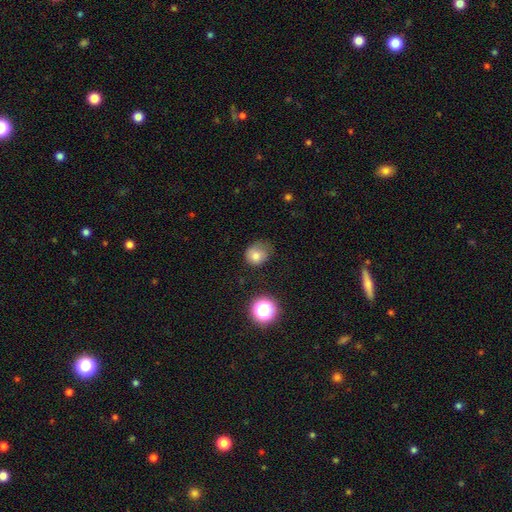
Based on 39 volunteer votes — Q: Smooth or featured?
A: smooth (85%); runner-up: star or artifact (10%)
Q: How rounded?
A: round (61%); runner-up: in between (36%)
Q: Merging?
A: minor disturbance (54%); runner-up: none (26%)